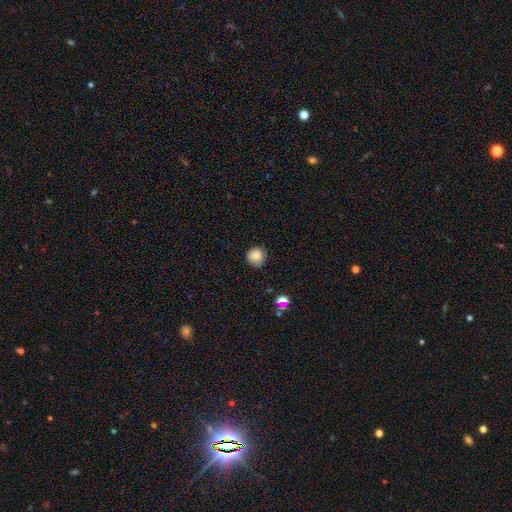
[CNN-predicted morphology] This is clearly a smooth galaxy (85%). How rounded: clearly round (92%). Merging: clearly none (85%).